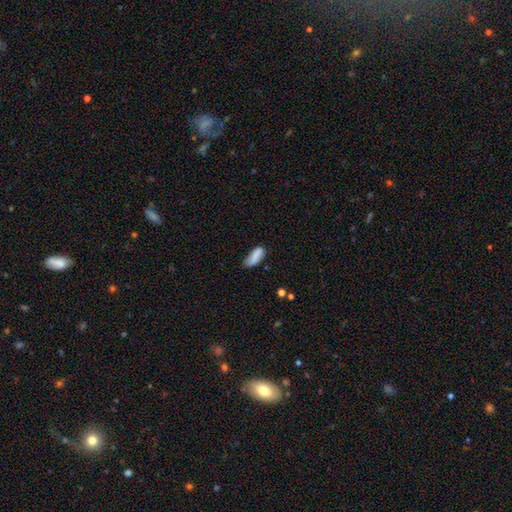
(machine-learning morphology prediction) The model was most divided on "merging": none: 56%, minor disturbance: 32%, major disturbance: 8%, merger: 3%. More confident: smooth or featured — smooth (83%); how rounded — in between (75%).